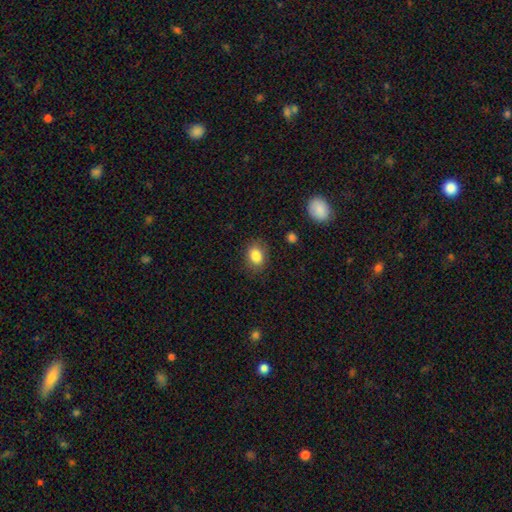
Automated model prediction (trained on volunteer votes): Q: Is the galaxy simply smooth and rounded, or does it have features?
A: smooth — 85%.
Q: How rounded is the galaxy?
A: in between — 69%.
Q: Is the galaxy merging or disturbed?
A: none — 82%.